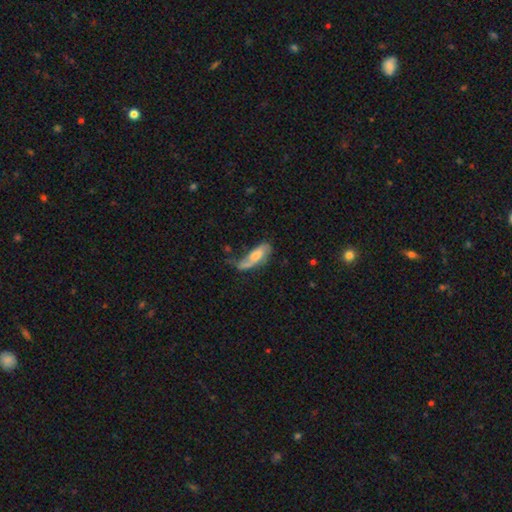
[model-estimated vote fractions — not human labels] smooth-or-featured: featured or disk: 50% | smooth: 42% | star or artifact: 7%
  disk-edge-on: no: 78% | yes: 22%
  merging: none: 41% | minor disturbance: 32% | major disturbance: 20% | merger: 7%